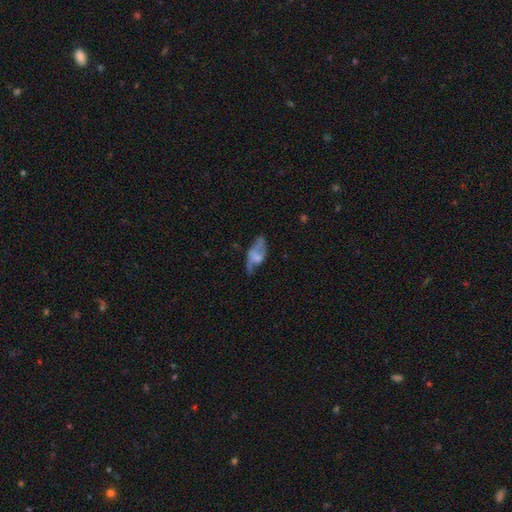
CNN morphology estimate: Smooth or featured?
  - featured or disk: 50% *
  - smooth: 41%
  - star or artifact: 9%
Edge-on disk?
  - no: 85% *
  - yes: 15%
Merging?
  - none: 39% *
  - major disturbance: 29%
  - minor disturbance: 27%
  - merger: 5%